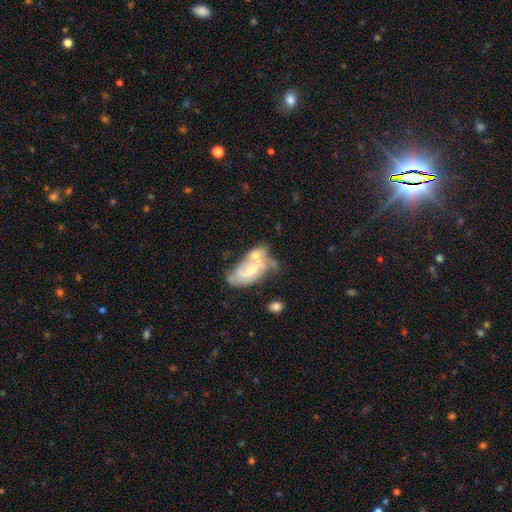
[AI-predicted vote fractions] A featured or disk galaxy (64%) with no bar (44%), spiral arms (76%) and a moderate central bulge (49%). Merging: merger (49%).